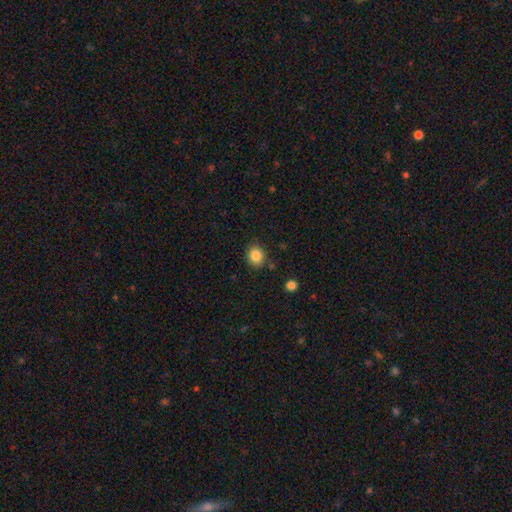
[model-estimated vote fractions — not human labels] This appears to be a smooth galaxy with no disk features (85%) that is round (74%). Merging: none (84%).